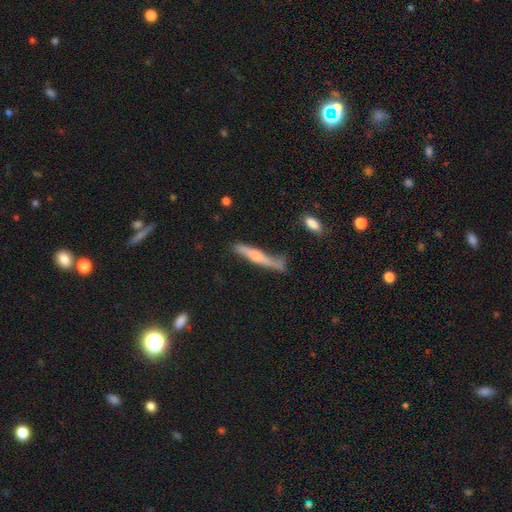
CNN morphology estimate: smooth-or-featured: featured or disk: 51% | smooth: 42% | star or artifact: 7%
  disk-edge-on: yes: 88% | no: 12%
  merging: none: 63% | minor disturbance: 25% | major disturbance: 7% | merger: 5%